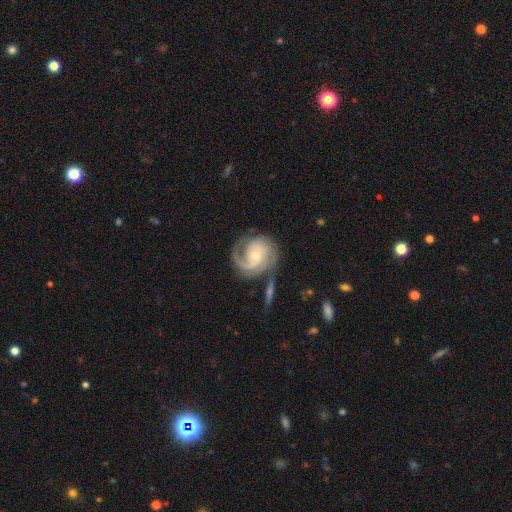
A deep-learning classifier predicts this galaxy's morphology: type=featured or disk (88%); edge-on=no (98%); bar=no (59%); spiral arms=yes (97%); winding=tight (52%); arm count=2 (52%); bulge=small (57%); merging=none (59%).